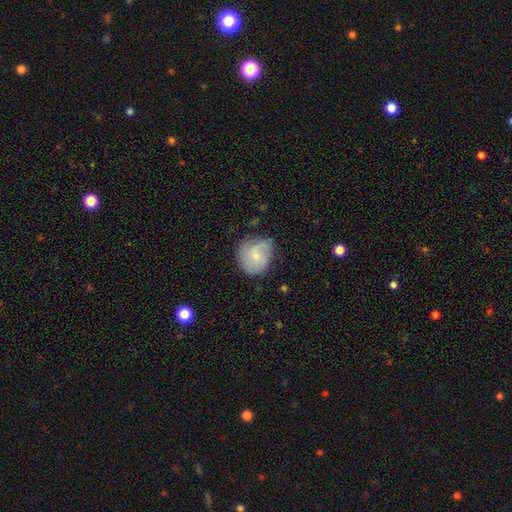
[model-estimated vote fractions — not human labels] smooth-or-featured: smooth: 51% | featured or disk: 42% | star or artifact: 7%
  how-rounded: round: 70% | in between: 29% | cigar-shaped: 1%
  merging: none: 55% | minor disturbance: 31% | major disturbance: 12% | merger: 2%